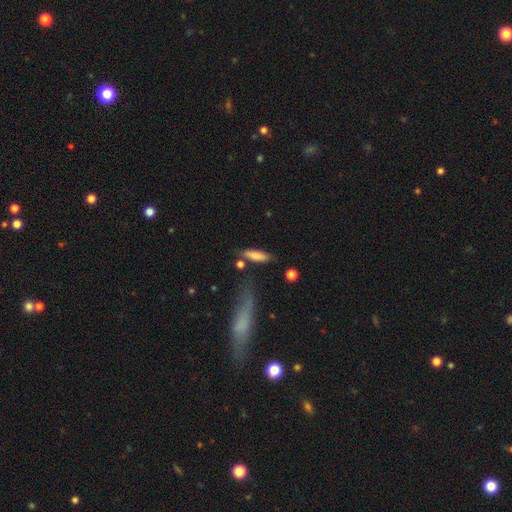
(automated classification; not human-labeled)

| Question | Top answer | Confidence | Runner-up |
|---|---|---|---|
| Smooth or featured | smooth | 81% | featured or disk (12%) |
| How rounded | cigar-shaped | 57% | in between (40%) |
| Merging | none | 67% | minor disturbance (18%) |